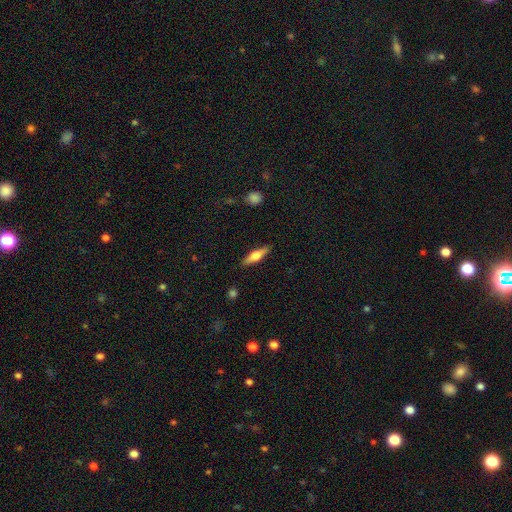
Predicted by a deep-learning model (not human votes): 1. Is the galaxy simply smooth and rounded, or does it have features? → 48% featured or disk, 46% smooth, 6% star or artifact.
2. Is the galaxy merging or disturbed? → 88% none, 9% minor disturbance, 2% major disturbance, 1% merger.